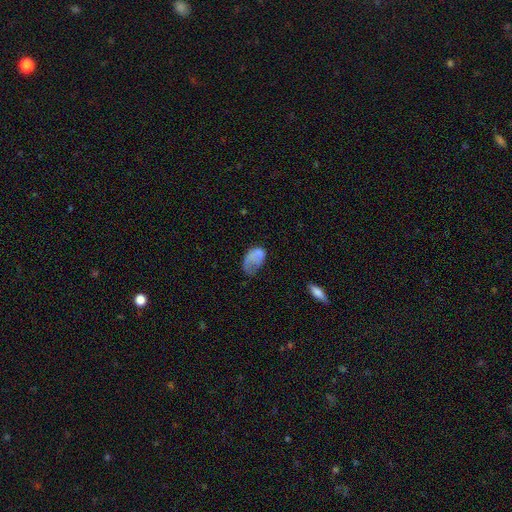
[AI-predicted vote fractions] smooth 64%, featured or disk 27%, star or artifact 9%. Down the decision tree: how rounded — in between (90%); merging — major disturbance (49%).